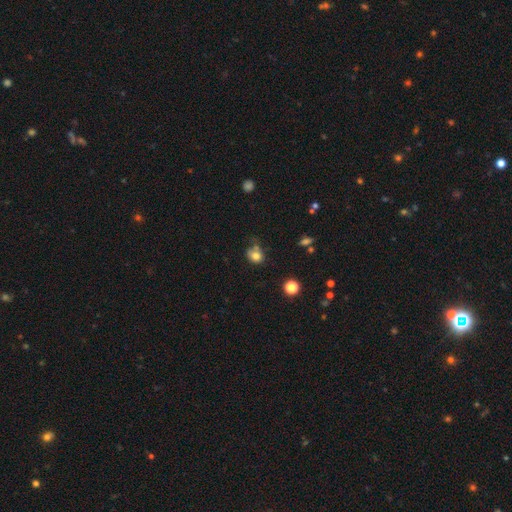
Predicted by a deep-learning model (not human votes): A smooth galaxy with no disk features (78%) that is round (56%). Merging: none (47%).